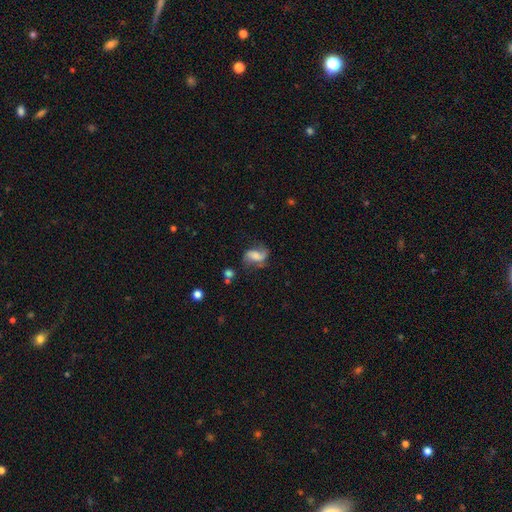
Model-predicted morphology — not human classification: Smooth or featured? featured or disk (59%)
Edge-on disk? no (96%)
Bar? no (42%)
Spiral arms? yes (88%)
Spiral winding? loose (57%)
Spiral arm count? 2 (81%)
Bulge size? none (27%)
Merging? none (53%)